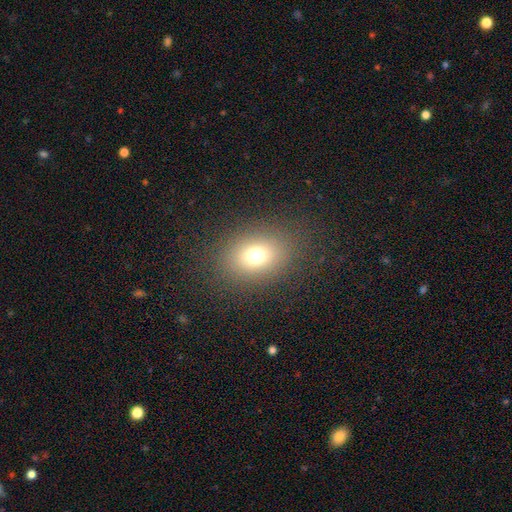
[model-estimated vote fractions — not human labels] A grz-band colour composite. It shows a smooth galaxy with no disk features (71%) that is in between round and cigar-shaped (59%). Merging: none (84%).